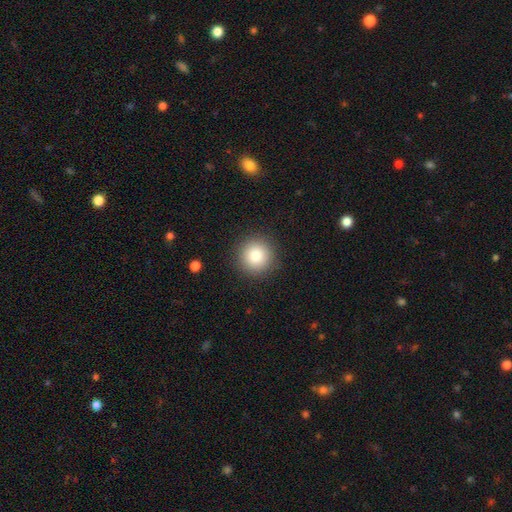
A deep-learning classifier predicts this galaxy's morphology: This is clearly a smooth galaxy (84%). How rounded: clearly round (95%). Merging: clearly none (91%).